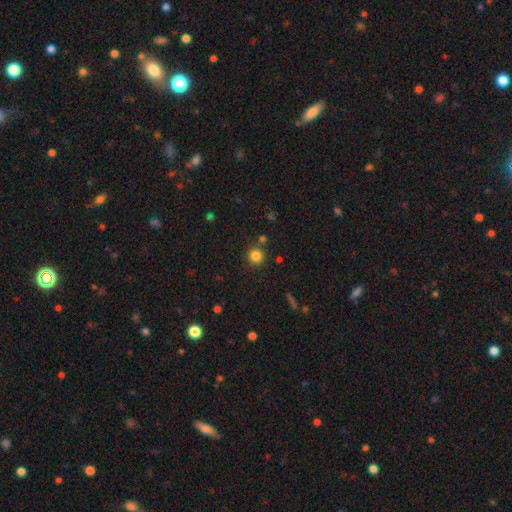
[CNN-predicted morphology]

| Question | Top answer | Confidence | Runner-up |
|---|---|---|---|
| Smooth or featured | smooth | 82% | star or artifact (13%) |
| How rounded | round | 94% | in between (5%) |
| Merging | none | 84% | minor disturbance (7%) |